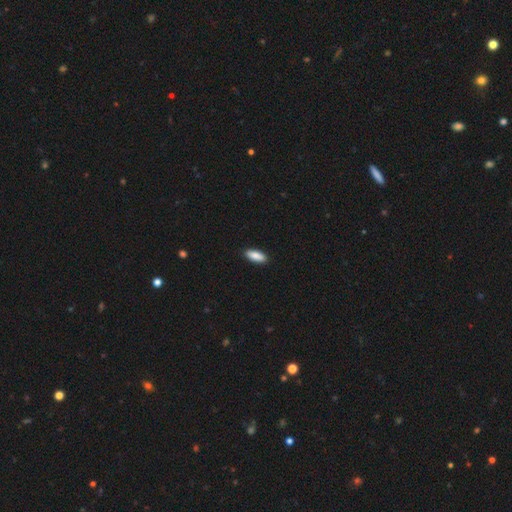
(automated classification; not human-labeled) This appears to be a smooth galaxy with no disk features (88%) that is in between round and cigar-shaped (77%). Merging: none (90%).